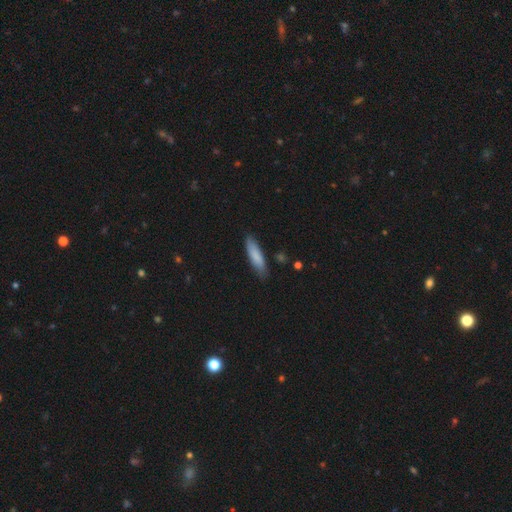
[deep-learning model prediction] smooth_or_featured: smooth (p=0.82) [alt: featured or disk p=0.12]
how_rounded: cigar-shaped (p=0.69) [alt: in between p=0.30]
merging: none (p=0.80) [alt: minor disturbance p=0.15]